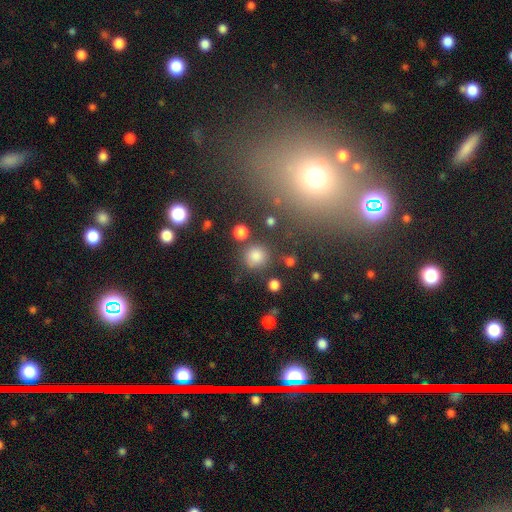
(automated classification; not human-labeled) Smooth or featured? smooth (79%)
How rounded? round (91%)
Merging? none (80%)